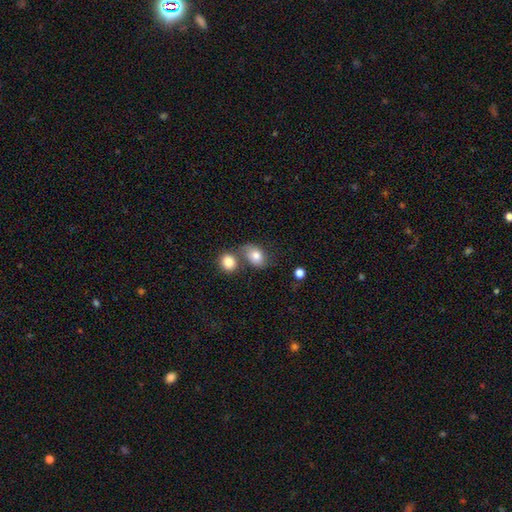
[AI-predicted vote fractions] smooth_or_featured: smooth (p=0.79) [alt: featured or disk p=0.12]
how_rounded: in between (p=0.66) [alt: round p=0.33]
merging: none (p=0.44) [alt: merger p=0.35]